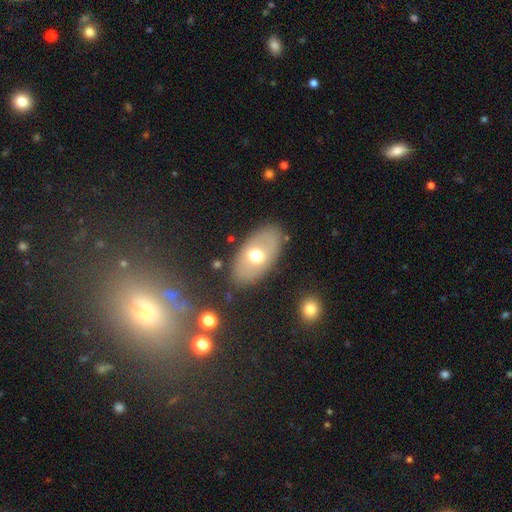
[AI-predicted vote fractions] smooth 57%, featured or disk 35%, star or artifact 8%. Down the decision tree: how rounded — in between (90%); merging — none (82%).